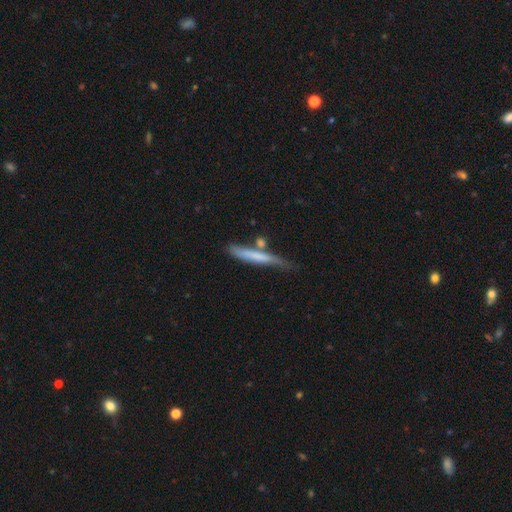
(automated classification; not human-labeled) Morphology: type=smooth (60%); roundness=cigar-shaped (92%); merging=none (51%).